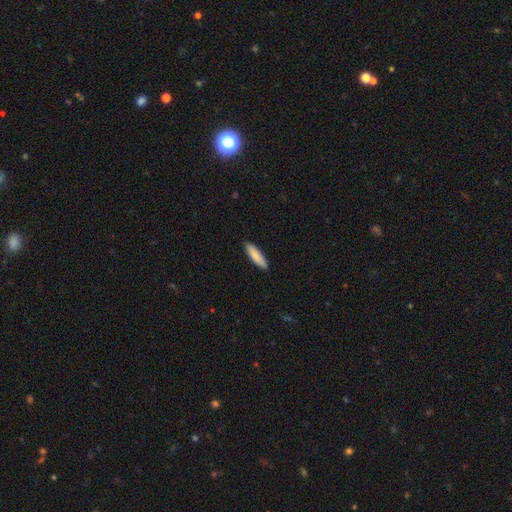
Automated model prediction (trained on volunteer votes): Q: Smooth or featured?
A: smooth (86%); runner-up: featured or disk (8%)
Q: How rounded?
A: cigar-shaped (69%); runner-up: in between (29%)
Q: Merging?
A: none (90%); runner-up: minor disturbance (8%)